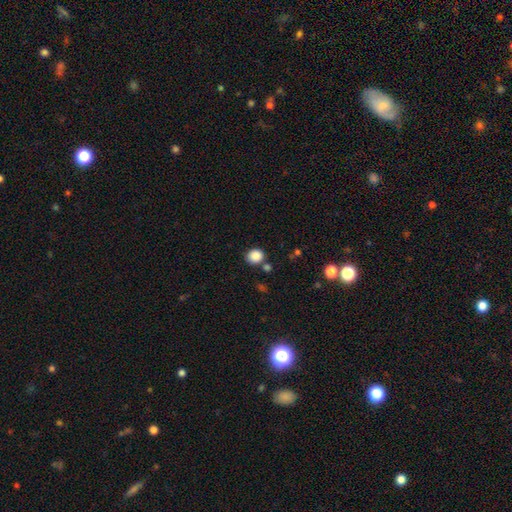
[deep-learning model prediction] A smooth galaxy with no disk features (87%) that is round (77%).

Vote fractions:
- Smooth or featured? smooth: 87% / star or artifact: 10% / featured or disk: 4%
- How rounded? round: 77% / in between: 22% / cigar-shaped: 1%
- Merging? none: 77% / minor disturbance: 10% / merger: 9% / major disturbance: 3%